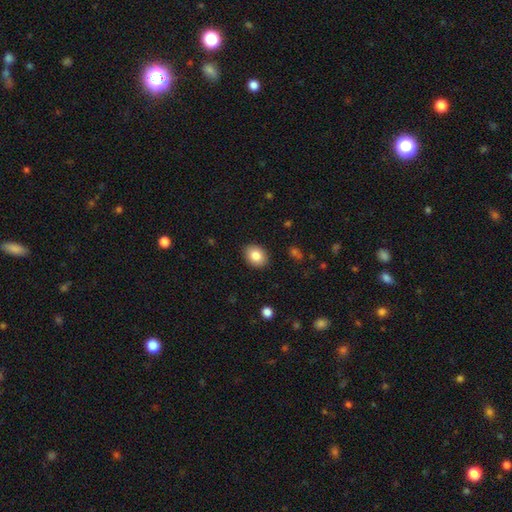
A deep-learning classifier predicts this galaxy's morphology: Overall: smooth (84%). How rounded: in between (58%; round 41%). Merging: none (88%).